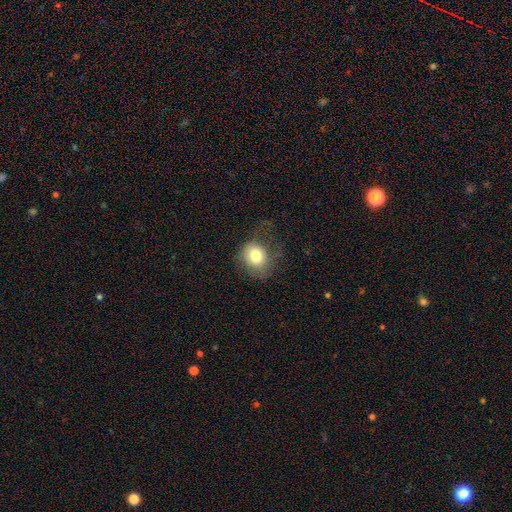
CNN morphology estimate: smooth_or_featured: smooth (p=0.78) [alt: featured or disk p=0.13]
how_rounded: round (p=0.67) [alt: in between p=0.32]
merging: none (p=0.50) [alt: minor disturbance p=0.26]